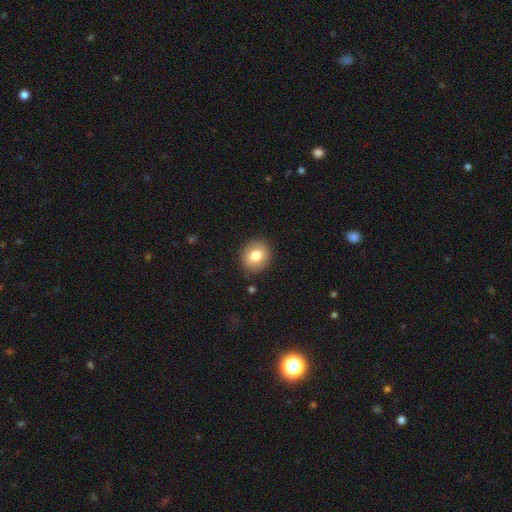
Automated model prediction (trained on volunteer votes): This is likely a smooth galaxy (78%). How rounded: likely round (73%). Merging: clearly none (89%).